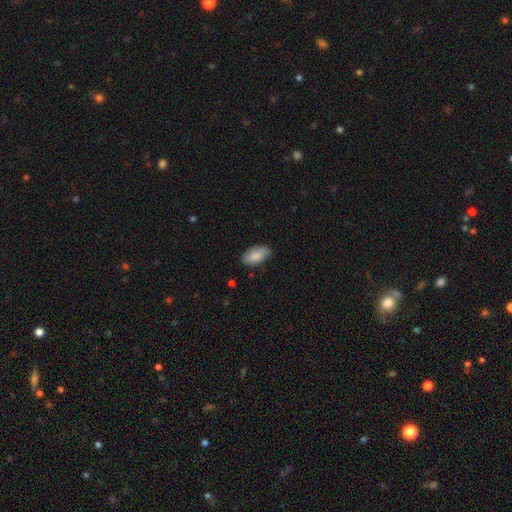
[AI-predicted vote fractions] The model was most divided on "merging": none: 68%, minor disturbance: 26%, major disturbance: 4%, merger: 1%. More confident: how rounded — in between (93%); smooth or featured — smooth (81%).